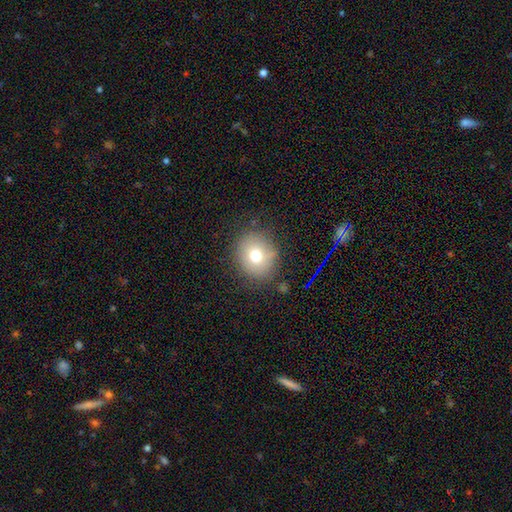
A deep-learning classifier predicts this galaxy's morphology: Smooth or featured? Predicted: smooth (p=0.70). How rounded? Predicted: round (p=0.78). Merging? Predicted: none (p=0.82).